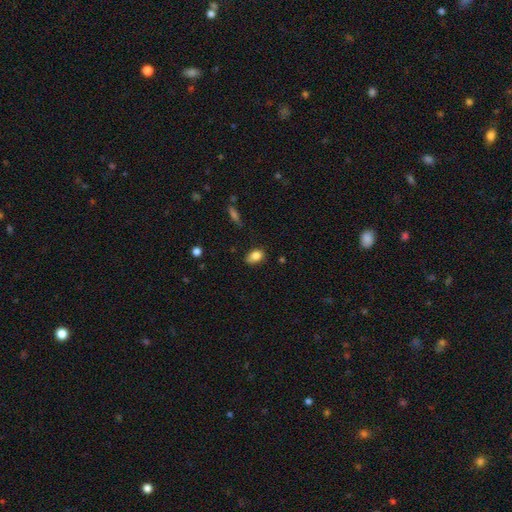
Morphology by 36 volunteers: A smooth galaxy with no disk features (92%) that is in between round and cigar-shaped (91%).

Vote fractions:
- Smooth or featured? smooth: 92% / featured or disk: 6% / star or artifact: 3%
- How rounded? in between: 91% / round: 9% / cigar-shaped: 0%
- Merging? none: 83% / minor disturbance: 9% / major disturbance: 9% / merger: 0%